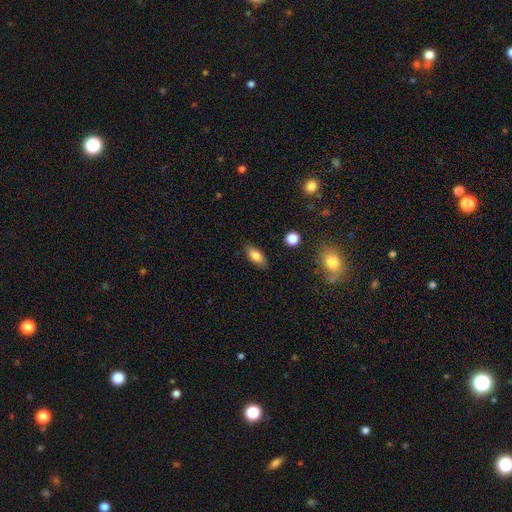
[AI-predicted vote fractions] This is clearly a smooth galaxy (81%). How rounded: clearly in between (84%). Merging: clearly none (85%).